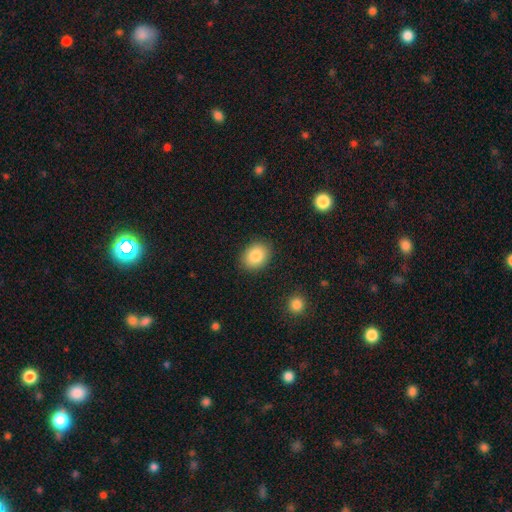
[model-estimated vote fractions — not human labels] Morphology: type=smooth (85%); roundness=in between (56%); merging=none (88%).